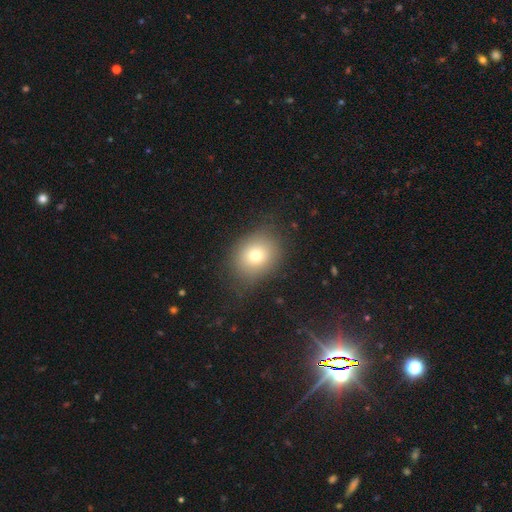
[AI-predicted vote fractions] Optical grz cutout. It shows a smooth galaxy with no disk features (72%) that is round (61%). Merging: none (78%).